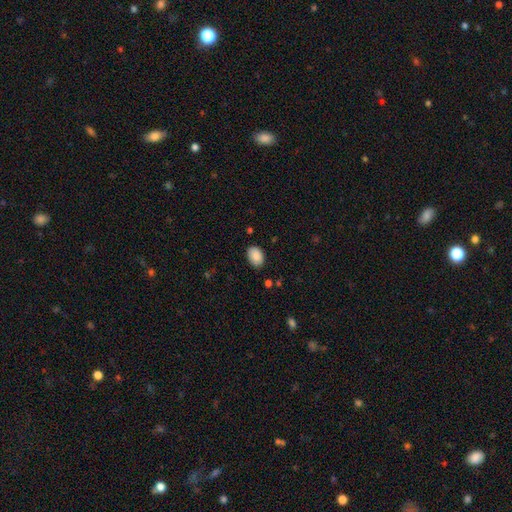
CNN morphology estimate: smooth_or_featured: smooth (p=0.88) [alt: star or artifact p=0.07]
how_rounded: in between (p=0.83) [alt: round p=0.16]
merging: none (p=0.83) [alt: minor disturbance p=0.13]